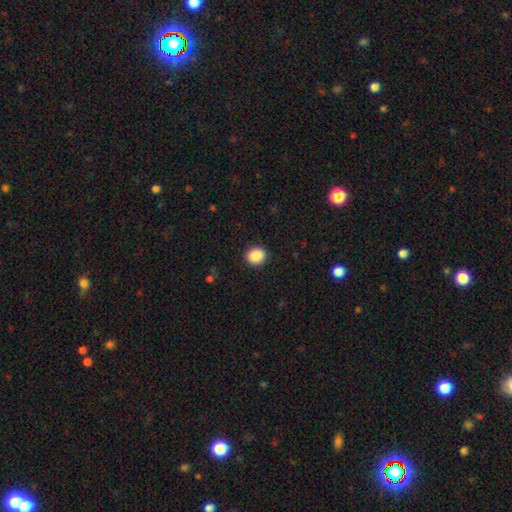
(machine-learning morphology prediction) smooth 89%, star or artifact 9%, featured or disk 3%. Down the decision tree: how rounded — round (84%); merging — none (91%).